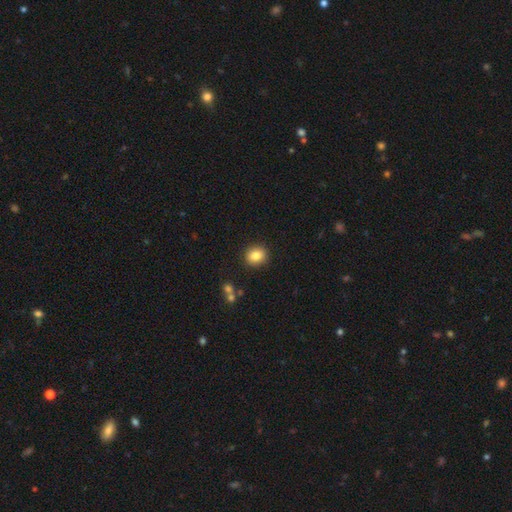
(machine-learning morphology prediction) A smooth galaxy with no disk features (83%) that is round (75%). Merging: none (89%).